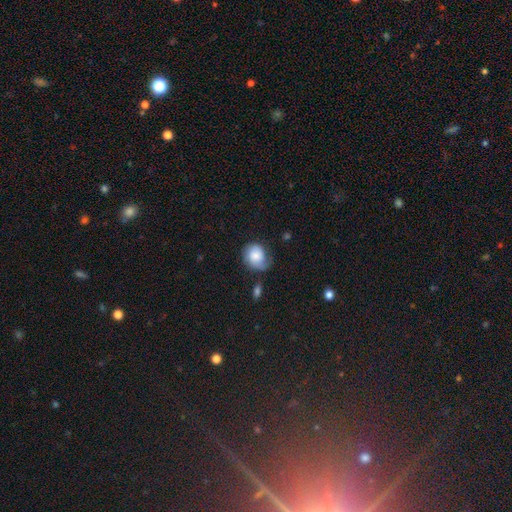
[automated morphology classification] A smooth galaxy with no disk features (67%) that is round (61%).

Vote fractions:
- Smooth or featured? smooth: 67% / featured or disk: 25% / star or artifact: 8%
- How rounded? round: 61% / in between: 38% / cigar-shaped: 1%
- Merging? none: 44% / minor disturbance: 35% / major disturbance: 17% / merger: 4%